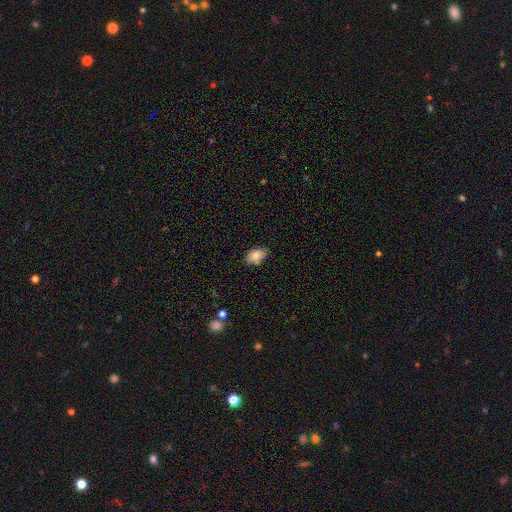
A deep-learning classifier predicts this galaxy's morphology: type=smooth (83%); roundness=in between (86%); merging=none (67%).